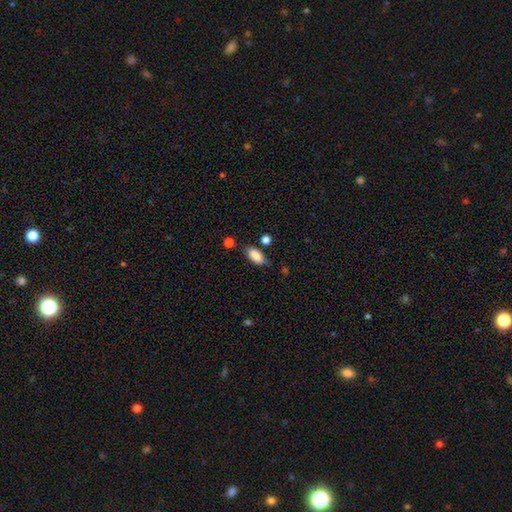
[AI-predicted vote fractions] Smooth or featured: smooth — 86% (star or artifact — 7%)
How rounded: in between — 88% (cigar-shaped — 8%)
Merging: none — 75% (minor disturbance — 16%)